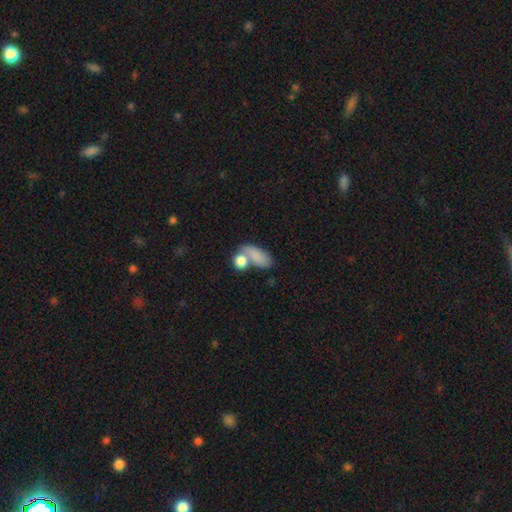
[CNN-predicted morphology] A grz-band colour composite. It shows a smooth galaxy with no disk features (79%) that is in between round and cigar-shaped (82%). Merging: merger (46%).